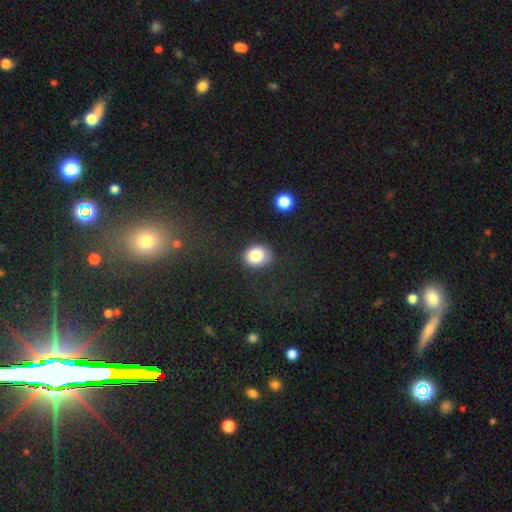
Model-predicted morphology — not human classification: Smooth or featured? Predicted: smooth (p=0.84). How rounded? Predicted: round (p=0.54). Merging? Predicted: none (p=0.83).